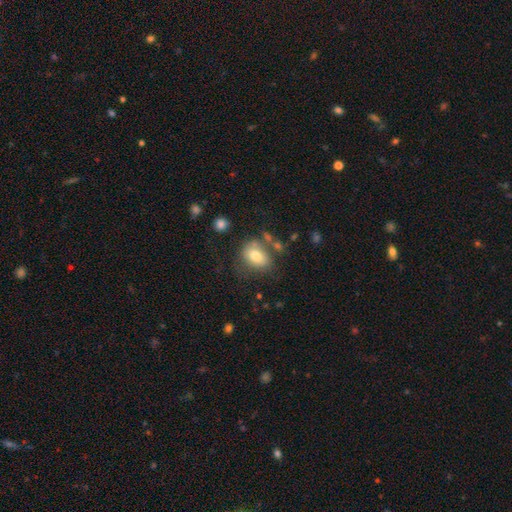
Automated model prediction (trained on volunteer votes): Smooth or featured? smooth (75%)
How rounded? in between (71%)
Merging? none (59%)